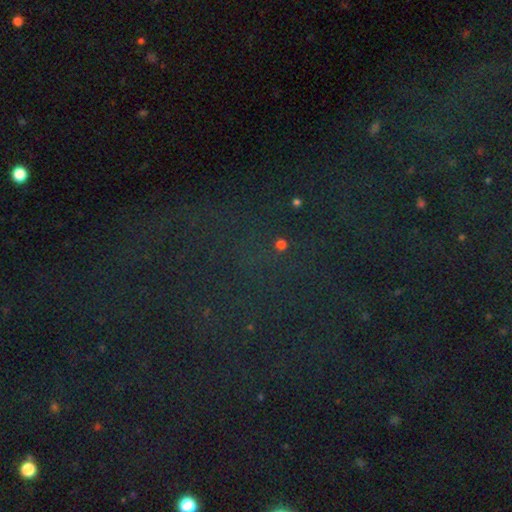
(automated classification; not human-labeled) Smooth or featured? star or artifact (78%)